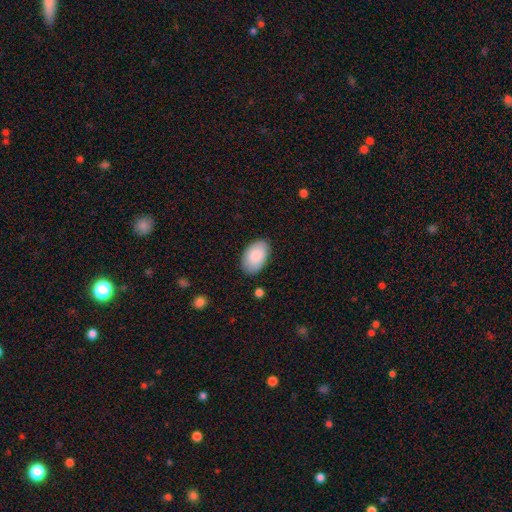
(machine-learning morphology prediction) This appears to be a smooth galaxy with no disk features (88%) that is in between round and cigar-shaped (93%). Merging: none (82%).